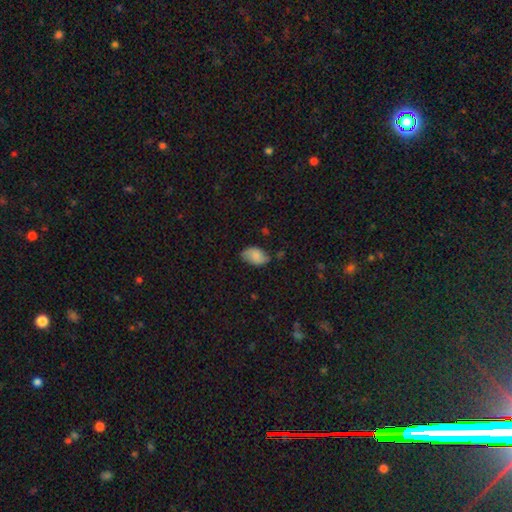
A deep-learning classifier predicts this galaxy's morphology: The model was most divided on "merging": none: 64%, minor disturbance: 28%, major disturbance: 6%, merger: 2%. More confident: how rounded — in between (91%); smooth or featured — smooth (73%).